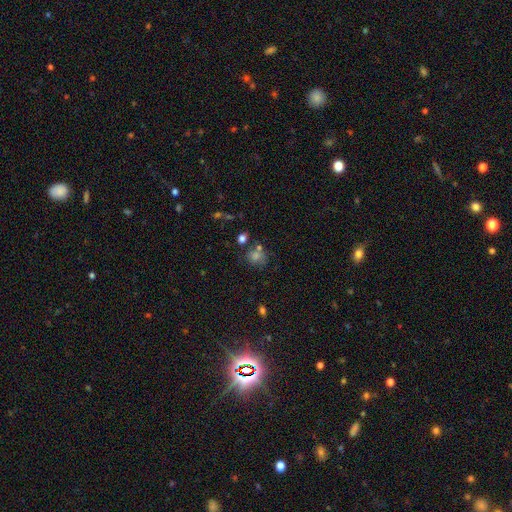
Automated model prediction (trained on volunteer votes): Smooth or featured? smooth (55%)
How rounded? round (77%)
Merging? none (68%)